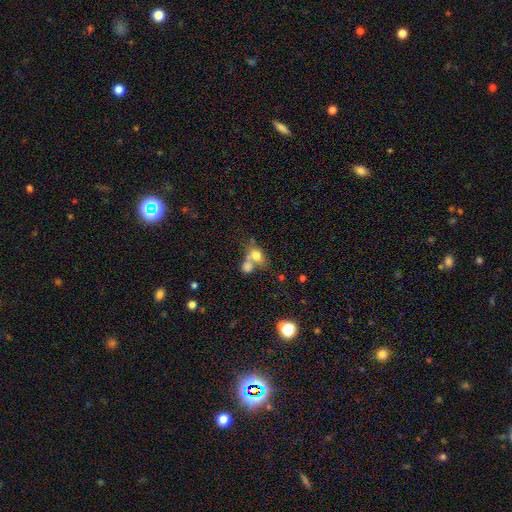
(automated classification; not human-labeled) Smooth or featured?
  - smooth: 72% *
  - featured or disk: 17%
  - star or artifact: 11%
How rounded?
  - in between: 61% *
  - round: 37%
  - cigar-shaped: 2%
Merging?
  - merger: 54% *
  - none: 29%
  - minor disturbance: 10%
  - major disturbance: 6%